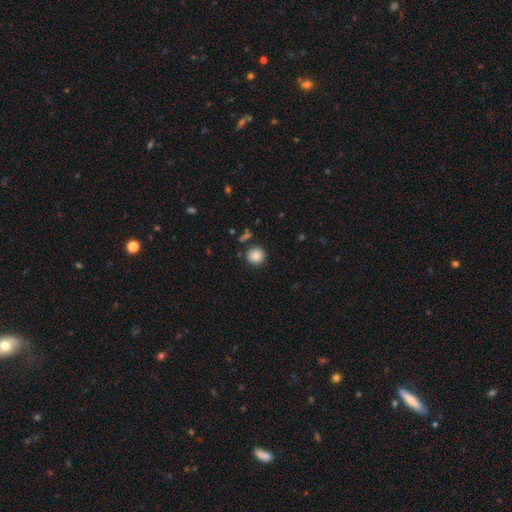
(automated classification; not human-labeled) Smooth or featured?
  - smooth: 86% *
  - star or artifact: 9%
  - featured or disk: 5%
How rounded?
  - round: 91% *
  - in between: 8%
  - cigar-shaped: 1%
Merging?
  - none: 87% *
  - minor disturbance: 8%
  - merger: 3%
  - major disturbance: 2%